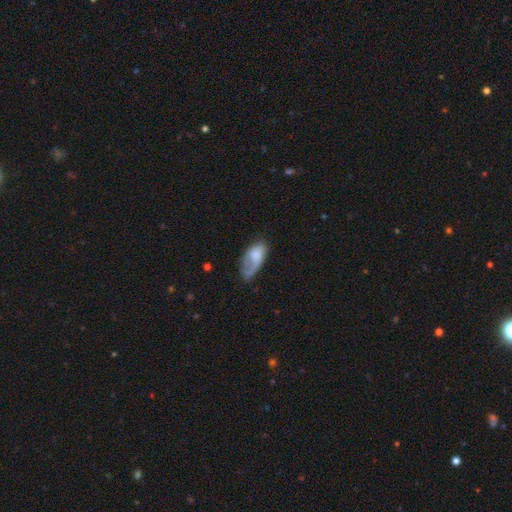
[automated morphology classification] The model was most divided on "merging": none: 37%, minor disturbance: 30%, major disturbance: 29%, merger: 3%. More confident: how rounded — in between (91%); smooth or featured — smooth (60%).